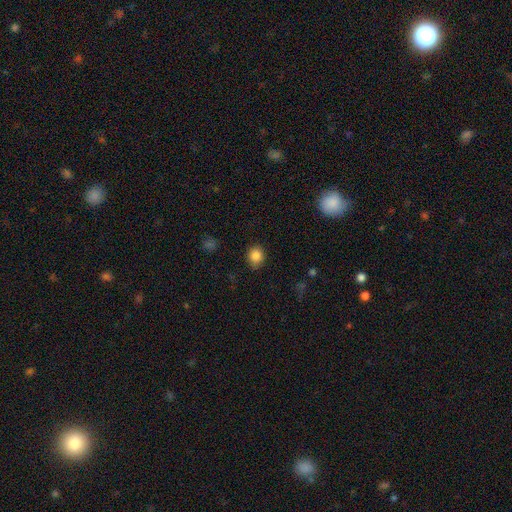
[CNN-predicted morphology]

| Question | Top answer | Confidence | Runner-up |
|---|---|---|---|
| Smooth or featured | smooth | 85% | star or artifact (10%) |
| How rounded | round | 79% | in between (20%) |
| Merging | none | 85% | minor disturbance (11%) |